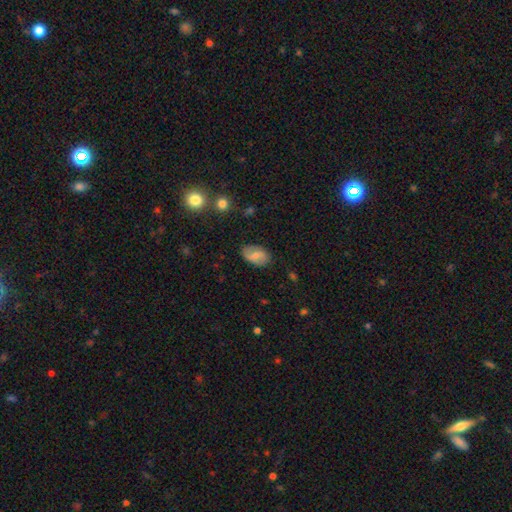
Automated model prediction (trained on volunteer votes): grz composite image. It shows a smooth galaxy with no disk features (61%) that is in between round and cigar-shaped (91%). Merging: none (77%).